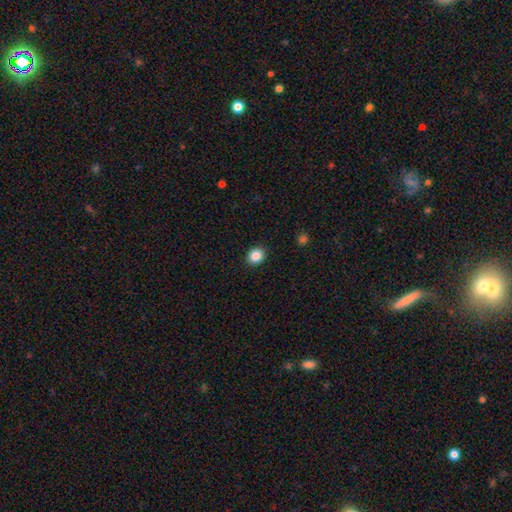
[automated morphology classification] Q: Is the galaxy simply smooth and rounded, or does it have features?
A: smooth — 86%.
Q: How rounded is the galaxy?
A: round — 68%.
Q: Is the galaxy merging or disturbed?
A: none — 91%.